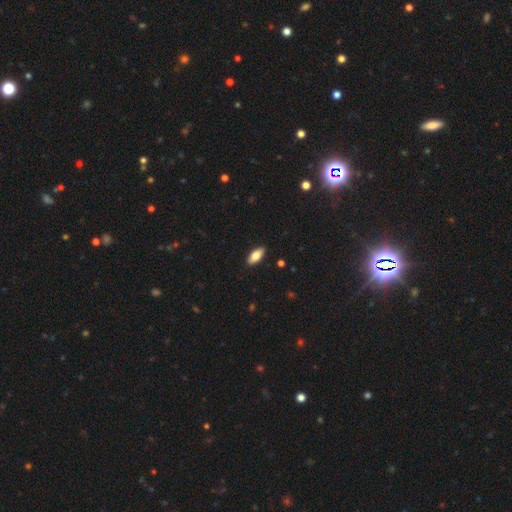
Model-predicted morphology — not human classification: smooth-or-featured: smooth: 78% | featured or disk: 16% | star or artifact: 6%
  how-rounded: in between: 86% | cigar-shaped: 11% | round: 2%
  merging: none: 89% | minor disturbance: 8% | major disturbance: 2% | merger: 1%